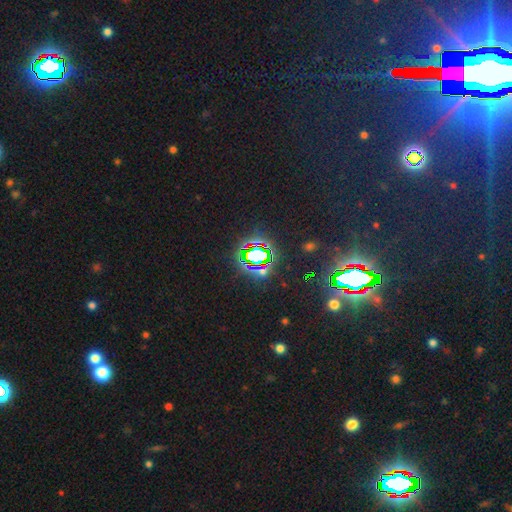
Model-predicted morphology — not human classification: A star or artifact, not a galaxy (75%).

Vote fractions:
- Smooth or featured? star or artifact: 75% / smooth: 15% / featured or disk: 10%